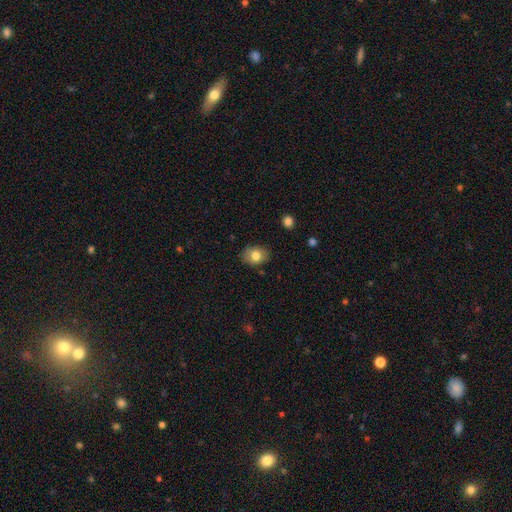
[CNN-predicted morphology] smooth_or_featured: smooth (p=0.79) [alt: featured or disk p=0.12]
how_rounded: in between (p=0.62) [alt: round p=0.37]
merging: none (p=0.81) [alt: minor disturbance p=0.15]